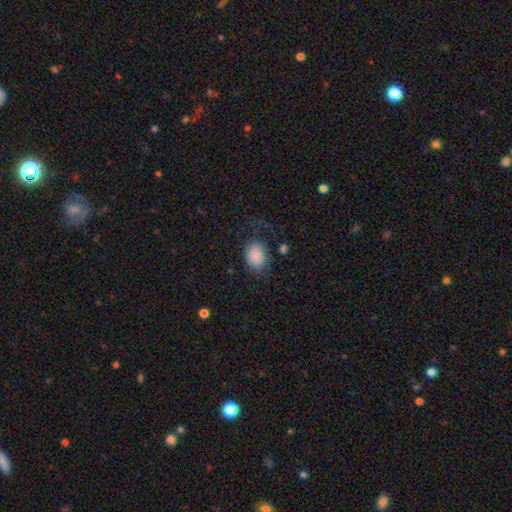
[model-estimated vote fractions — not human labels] Smooth or featured: smooth — 86% (star or artifact — 8%)
How rounded: in between — 69% (round — 30%)
Merging: none — 66% (minor disturbance — 20%)